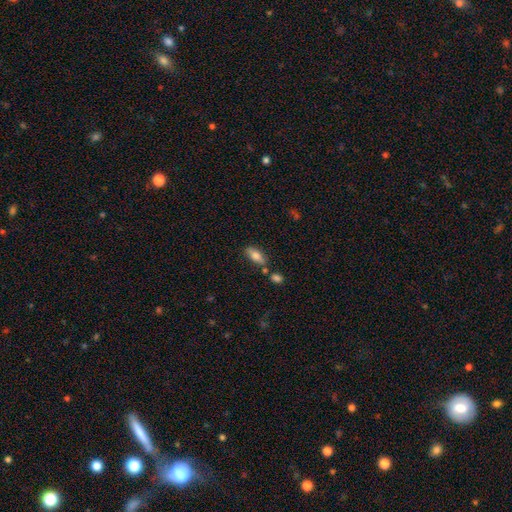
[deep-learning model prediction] The model was most divided on "merging": none: 70%, minor disturbance: 16%, merger: 10%, major disturbance: 4%. More confident: how rounded — in between (78%); smooth or featured — smooth (77%).